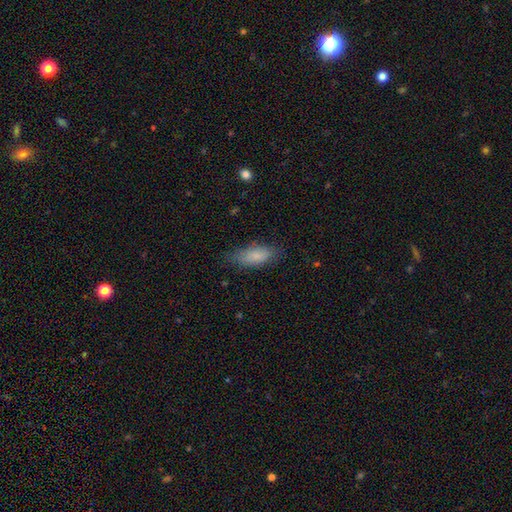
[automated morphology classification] Overall: smooth (81%). How rounded: in between (81%). Merging: none (72%).